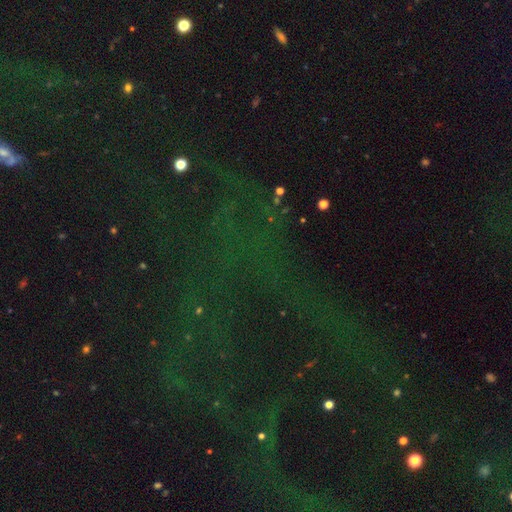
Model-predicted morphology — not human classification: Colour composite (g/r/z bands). It shows a star or artifact, not a galaxy (75%).